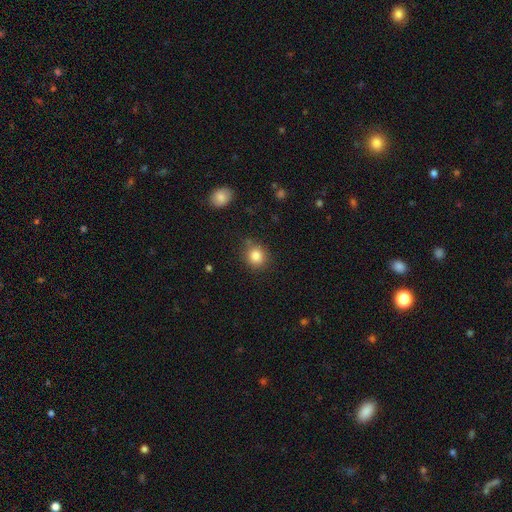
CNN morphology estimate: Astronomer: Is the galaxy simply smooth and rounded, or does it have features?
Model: smooth — 84%.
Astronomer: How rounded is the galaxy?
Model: round — 81%.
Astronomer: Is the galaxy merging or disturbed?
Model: none — 80%.